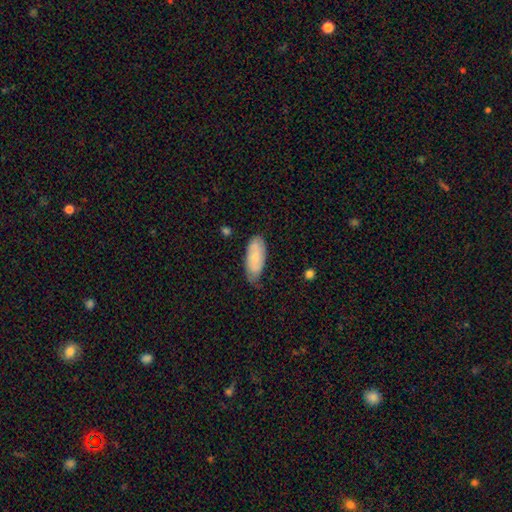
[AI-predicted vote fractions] smooth-or-featured: smooth: 72% | featured or disk: 23% | star or artifact: 6%
  how-rounded: in between: 83% | cigar-shaped: 15% | round: 2%
  merging: none: 67% | minor disturbance: 28% | major disturbance: 4% | merger: 2%